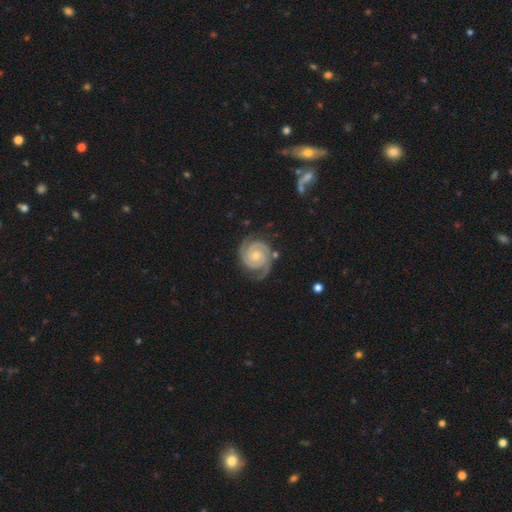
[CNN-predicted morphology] Smooth or featured?
  - featured or disk: 93% *
  - star or artifact: 4%
  - smooth: 3%
Edge-on disk?
  - no: 98% *
  - yes: 2%
Bar?
  - no: 68% *
  - weak: 24%
  - strong: 8%
Spiral arms?
  - yes: 99% *
  - no: 1%
Spiral winding?
  - tight: 79% *
  - medium: 19%
  - loose: 2%
Spiral arm count?
  - 2: 80% *
  - 3: 12%
  - can't tell: 3%
  - 4: 2%
  - 1: 2%
  - more than 4: 2%
Bulge size?
  - small: 54% *
  - moderate: 40%
  - none: 3%
  - large: 2%
  - dominant: 1%
Merging?
  - none: 78% *
  - minor disturbance: 16%
  - major disturbance: 4%
  - merger: 2%